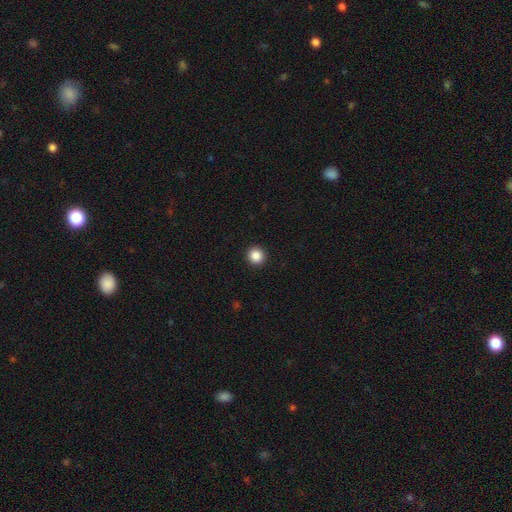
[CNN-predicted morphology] Smooth or featured?
  - smooth: 87% *
  - star or artifact: 10%
  - featured or disk: 3%
How rounded?
  - round: 94% *
  - in between: 6%
  - cigar-shaped: 1%
Merging?
  - none: 94% *
  - minor disturbance: 4%
  - major disturbance: 1%
  - merger: 1%